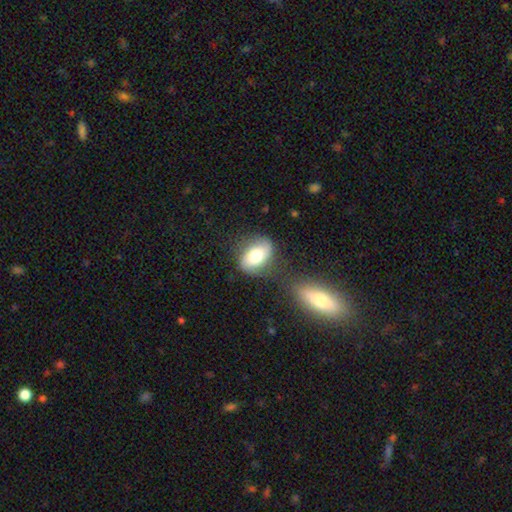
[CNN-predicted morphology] Smooth or featured: smooth — 68% (featured or disk — 25%)
How rounded: in between — 82% (round — 16%)
Merging: none — 66% (minor disturbance — 19%)